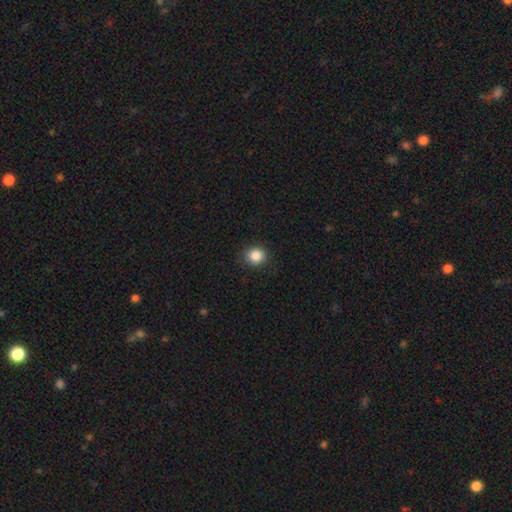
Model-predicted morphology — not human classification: smooth-or-featured: smooth: 86% | star or artifact: 10% | featured or disk: 4%
  how-rounded: round: 83% | in between: 16% | cigar-shaped: 1%
  merging: none: 89% | minor disturbance: 8% | major disturbance: 2% | merger: 1%